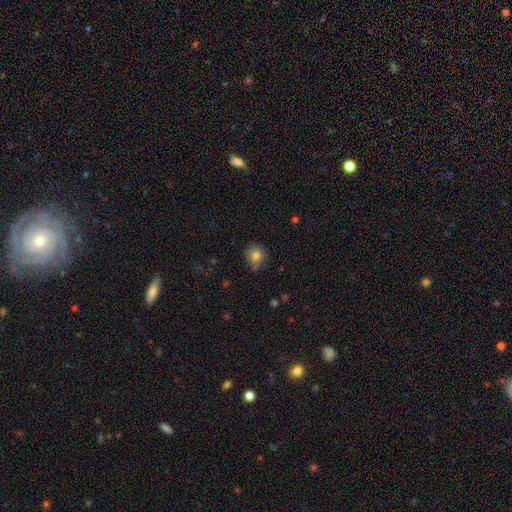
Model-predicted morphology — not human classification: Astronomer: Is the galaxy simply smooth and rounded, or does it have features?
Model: smooth — 80%.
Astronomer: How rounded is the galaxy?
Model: round — 79%.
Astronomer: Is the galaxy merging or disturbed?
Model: none — 74%.